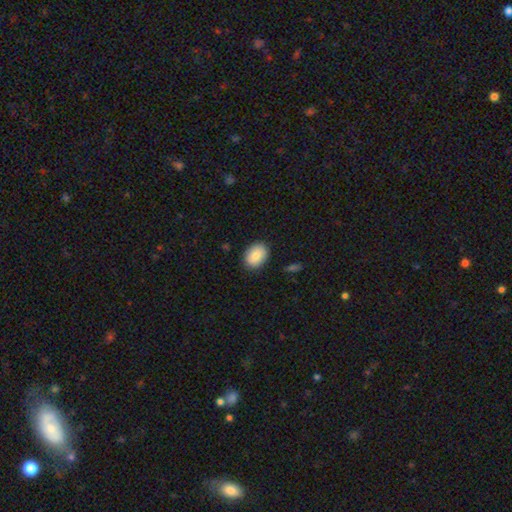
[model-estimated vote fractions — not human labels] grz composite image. It shows a smooth galaxy with no disk features (83%) that is in between round and cigar-shaped (69%). Merging: none (87%).